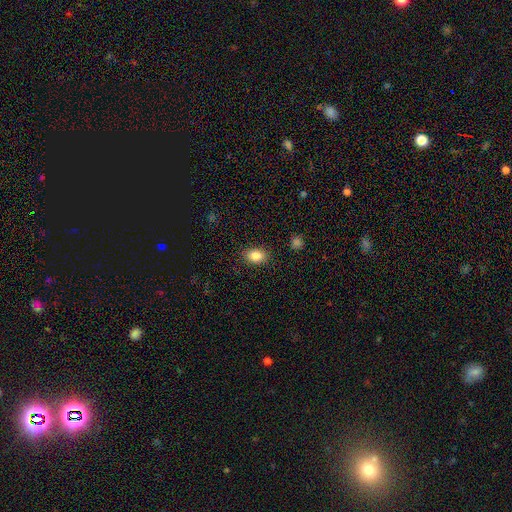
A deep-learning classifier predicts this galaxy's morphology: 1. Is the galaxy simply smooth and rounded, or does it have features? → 86% smooth, 9% star or artifact, 6% featured or disk.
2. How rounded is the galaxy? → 77% in between, 21% round, 1% cigar-shaped.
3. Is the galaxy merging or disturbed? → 87% none, 9% minor disturbance, 2% major disturbance, 1% merger.